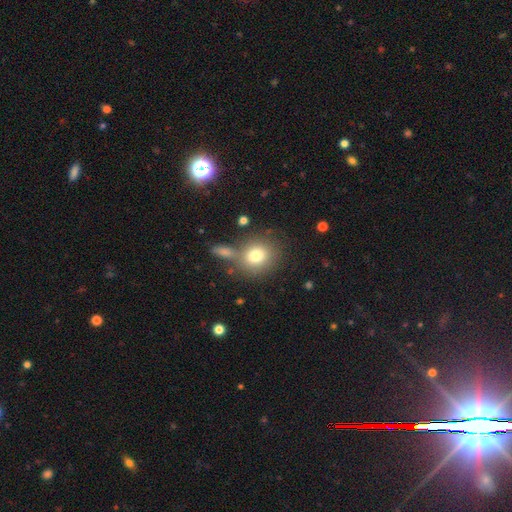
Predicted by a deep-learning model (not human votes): Overall: smooth (78%). How rounded: round (82%). Merging: none (67%).